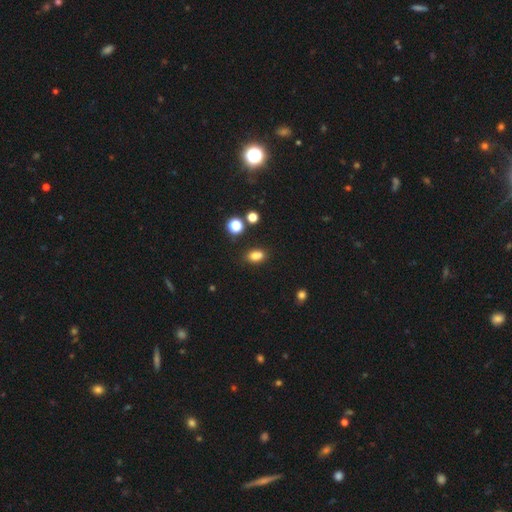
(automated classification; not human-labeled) A smooth galaxy with no disk features (79%) that is in between round and cigar-shaped (75%). Merging: none (67%).